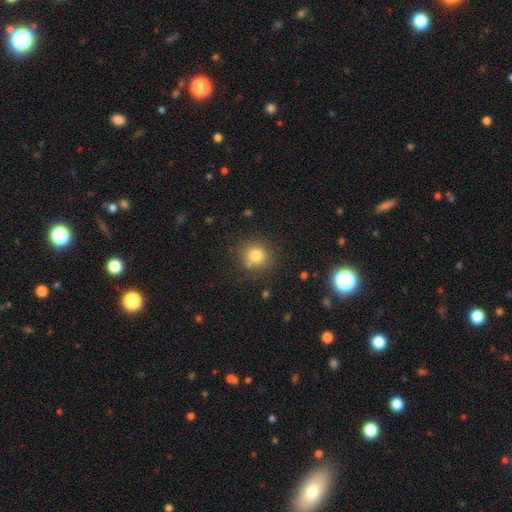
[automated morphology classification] Q: Smooth or featured?
A: smooth (79%); runner-up: star or artifact (13%)
Q: How rounded?
A: round (88%); runner-up: in between (11%)
Q: Merging?
A: none (80%); runner-up: minor disturbance (11%)